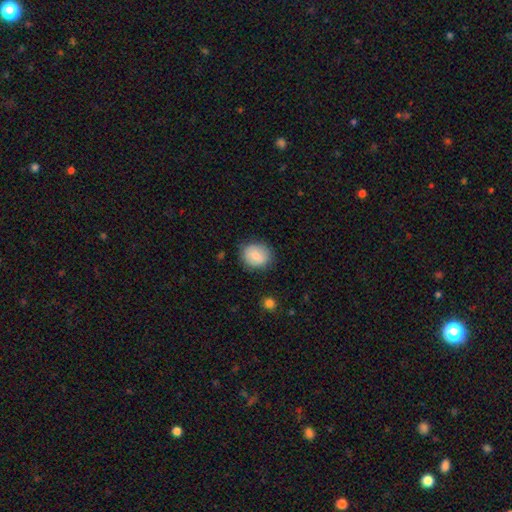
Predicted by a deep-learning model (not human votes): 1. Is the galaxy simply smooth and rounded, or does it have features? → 85% smooth, 8% featured or disk, 7% star or artifact.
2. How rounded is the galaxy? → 64% round, 35% in between, 1% cigar-shaped.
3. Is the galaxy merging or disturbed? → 79% none, 16% minor disturbance, 4% major disturbance, 1% merger.